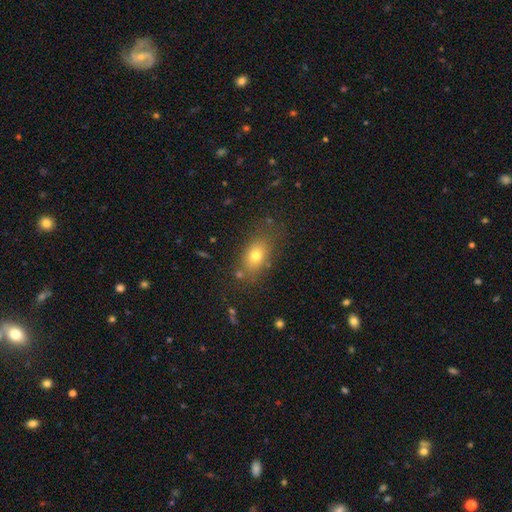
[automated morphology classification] smooth_or_featured: smooth (p=0.74) [alt: featured or disk p=0.14]
how_rounded: in between (p=0.77) [alt: round p=0.20]
merging: none (p=0.75) [alt: minor disturbance p=0.15]